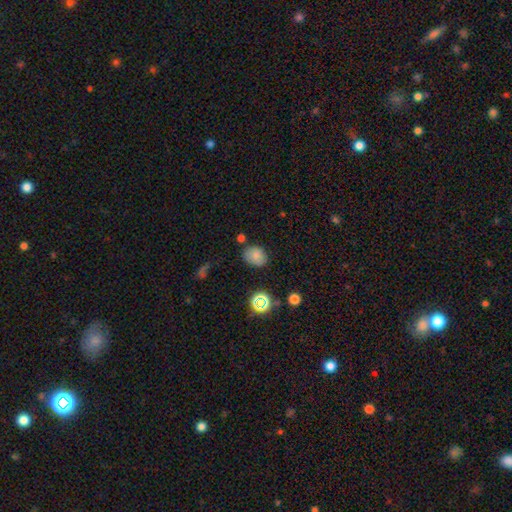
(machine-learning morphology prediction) smooth_or_featured: smooth (p=0.75) [alt: star or artifact p=0.15]
how_rounded: round (p=0.52) [alt: in between p=0.47]
merging: none (p=0.73) [alt: minor disturbance p=0.17]